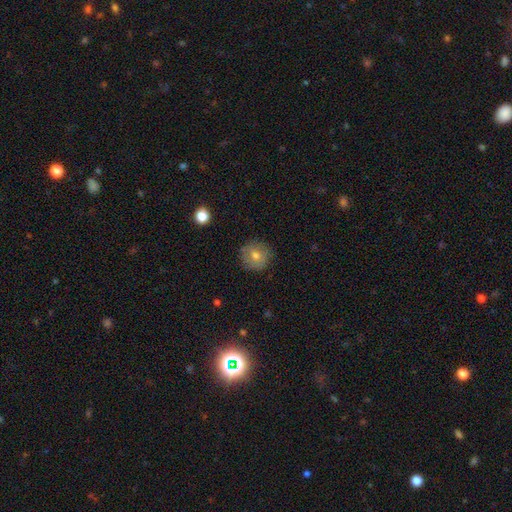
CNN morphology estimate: Smooth or featured: smooth — 68% (featured or disk — 21%)
How rounded: round — 94% (in between — 5%)
Merging: none — 86% (minor disturbance — 10%)